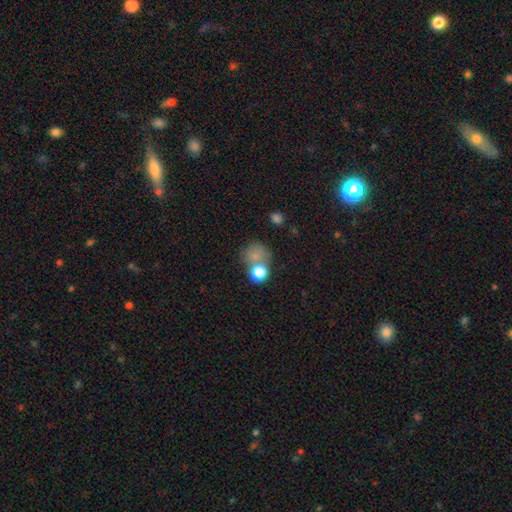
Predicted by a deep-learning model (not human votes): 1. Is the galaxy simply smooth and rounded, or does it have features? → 76% smooth, 14% star or artifact, 10% featured or disk.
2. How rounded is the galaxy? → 77% round, 22% in between, 1% cigar-shaped.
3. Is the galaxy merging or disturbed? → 44% none, 34% merger, 13% minor disturbance, 9% major disturbance.